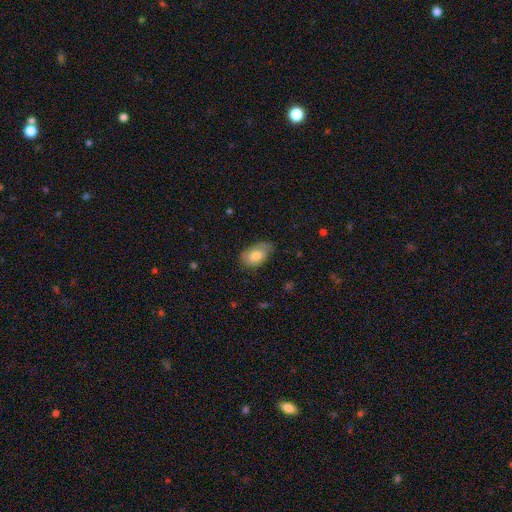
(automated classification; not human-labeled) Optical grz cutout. It shows a smooth galaxy with no disk features (76%) that is in between round and cigar-shaped (91%). Merging: none (54%).